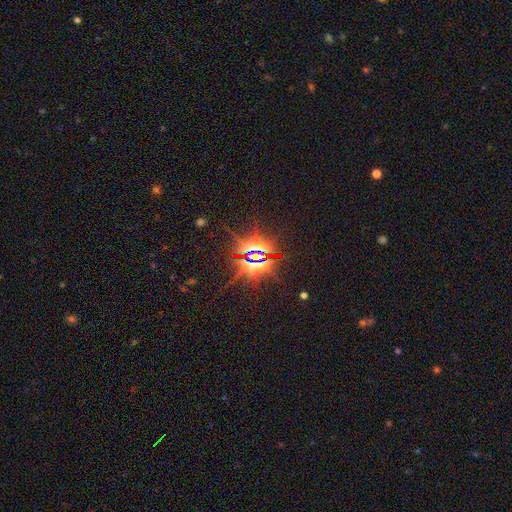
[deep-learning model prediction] Smooth or featured? Predicted: star or artifact (p=0.84).